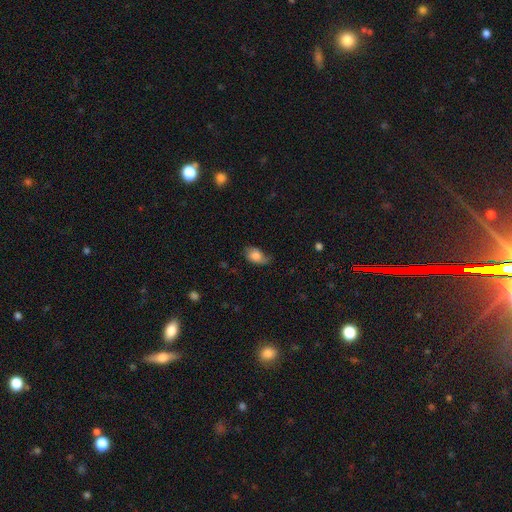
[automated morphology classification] Smooth or featured?
  - smooth: 76% *
  - featured or disk: 15%
  - star or artifact: 8%
How rounded?
  - in between: 85% *
  - round: 13%
  - cigar-shaped: 2%
Merging?
  - none: 52% *
  - minor disturbance: 35%
  - major disturbance: 12%
  - merger: 2%